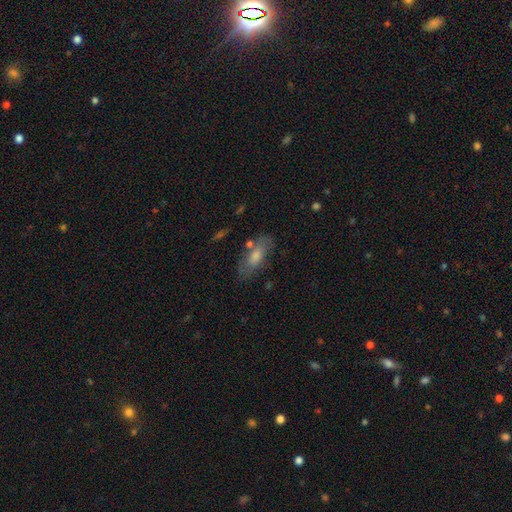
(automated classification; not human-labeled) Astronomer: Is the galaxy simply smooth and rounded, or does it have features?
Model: smooth — 49% (runner-up: featured or disk, 40%).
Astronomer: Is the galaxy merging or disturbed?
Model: none — 71%.